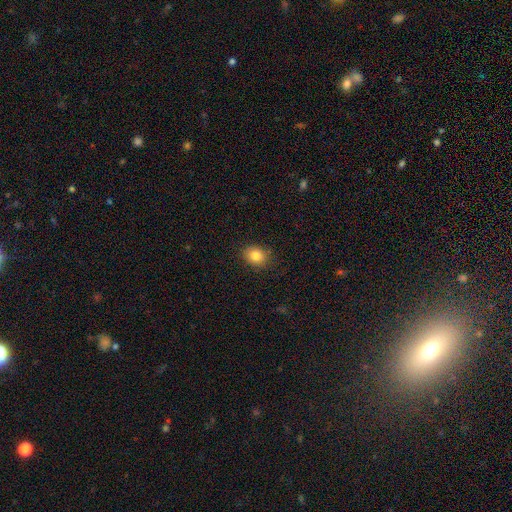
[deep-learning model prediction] Smooth or featured? smooth (84%)
How rounded? in between (51%)
Merging? none (86%)